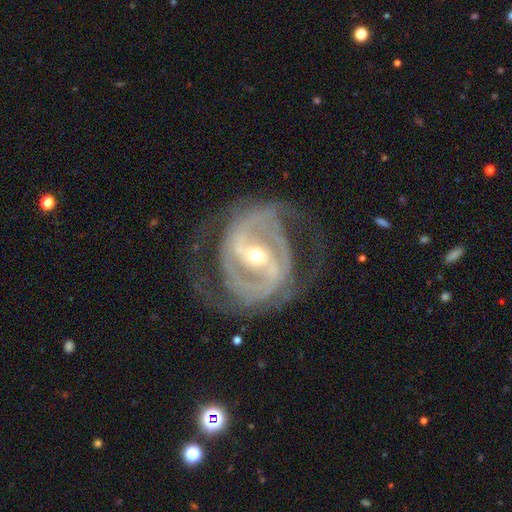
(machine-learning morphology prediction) type=featured or disk (90%); edge-on=no (97%); bar=strong (47%); spiral arms=yes (94%); winding=medium (43%); arm count=2 (67%); bulge=small (49%); merging=none (62%).